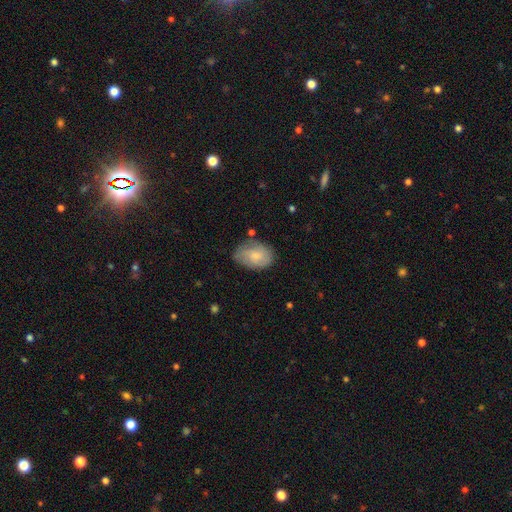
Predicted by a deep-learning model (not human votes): A smooth galaxy with no disk features (67%) that is in between round and cigar-shaped (81%).

Vote fractions:
- Smooth or featured? smooth: 67% / featured or disk: 27% / star or artifact: 7%
- How rounded? in between: 81% / round: 18% / cigar-shaped: 1%
- Merging? none: 67% / minor disturbance: 24% / major disturbance: 6% / merger: 3%